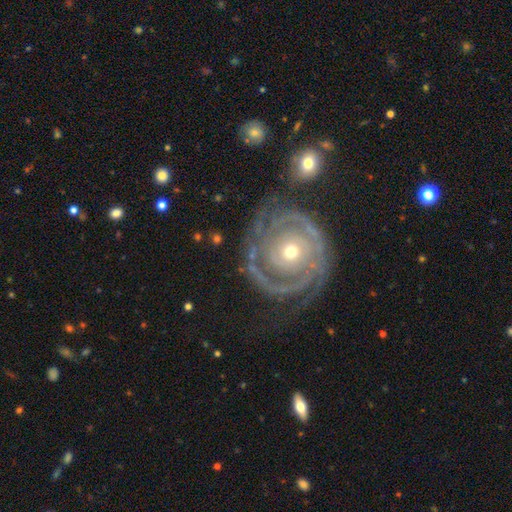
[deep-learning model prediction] The model was most divided on "bulge size": small: 56%, moderate: 41%, large: 2%, dominant: 1%, none: 1%. Remaining: edge-on disk — no (97%); spiral arms — yes (95%); smooth or featured — featured or disk (88%); spiral winding — tight (81%); bar — no (75%); merging — none (73%); spiral arm count — 2 (47%).